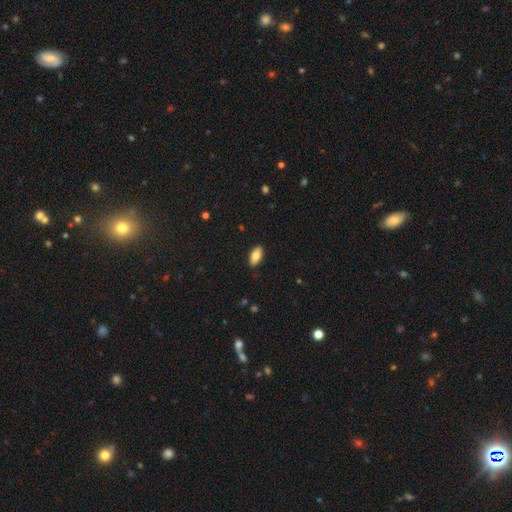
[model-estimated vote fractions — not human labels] Overall: smooth (79%). How rounded: in between (90%). Merging: none (90%).